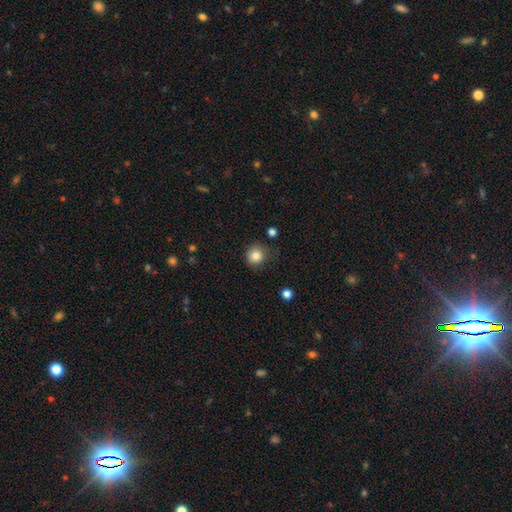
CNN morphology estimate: A smooth galaxy with no disk features (84%) that is round (91%).

Vote fractions:
- Smooth or featured? smooth: 84% / star or artifact: 11% / featured or disk: 6%
- How rounded? round: 91% / in between: 8% / cigar-shaped: 1%
- Merging? none: 78% / minor disturbance: 16% / major disturbance: 4% / merger: 2%